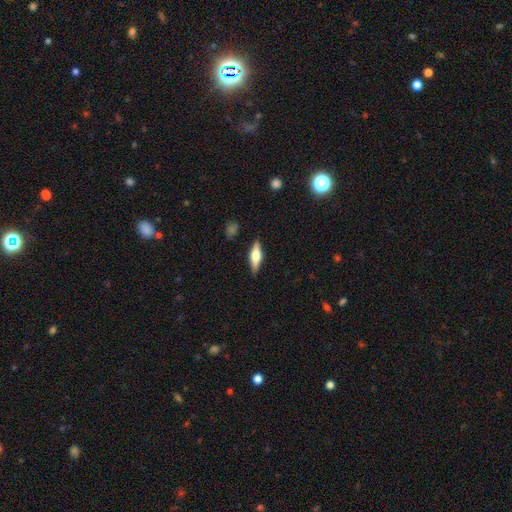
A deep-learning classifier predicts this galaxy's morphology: This appears to be a featured or disk galaxy (52%) viewed edge-on (95%). Merging: none (87%).